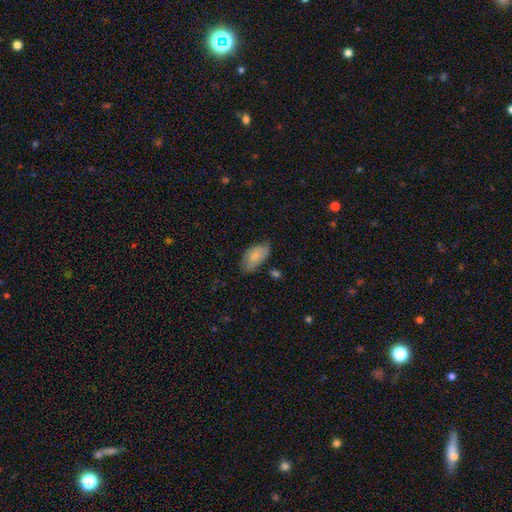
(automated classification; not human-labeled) This is likely a smooth galaxy (77%). How rounded: clearly in between (94%). Merging: likely none (63%).